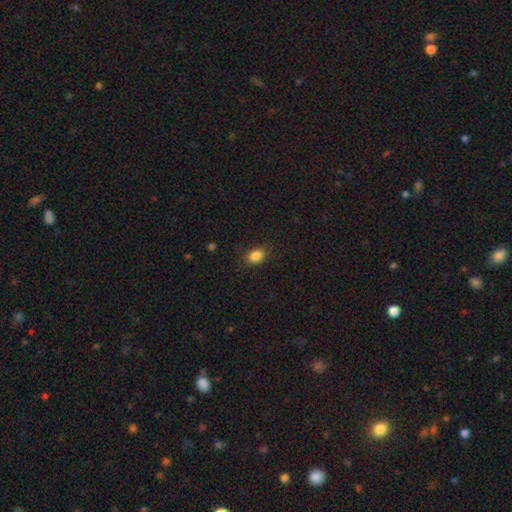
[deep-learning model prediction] This appears to be a smooth galaxy with no disk features (86%) that is in between round and cigar-shaped (74%). Merging: none (85%).